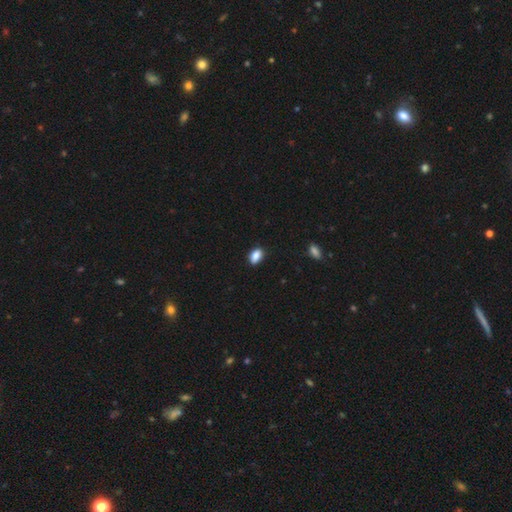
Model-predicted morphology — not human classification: This appears to be a smooth galaxy with no disk features (87%) that is in between round and cigar-shaped (88%). Merging: none (83%).